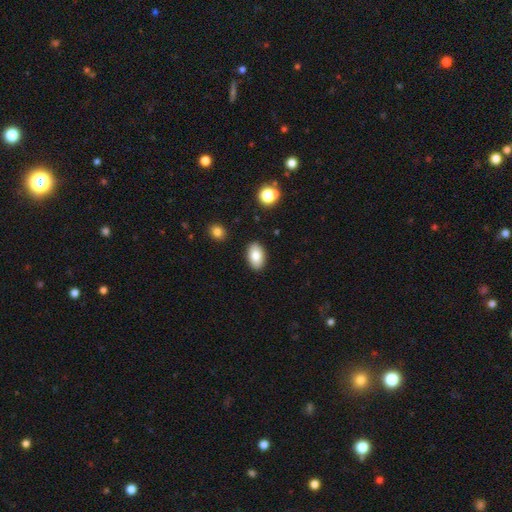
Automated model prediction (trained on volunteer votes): smooth_or_featured: smooth (p=0.83) [alt: featured or disk p=0.10]
how_rounded: in between (p=0.92) [alt: round p=0.06]
merging: none (p=0.88) [alt: minor disturbance p=0.08]